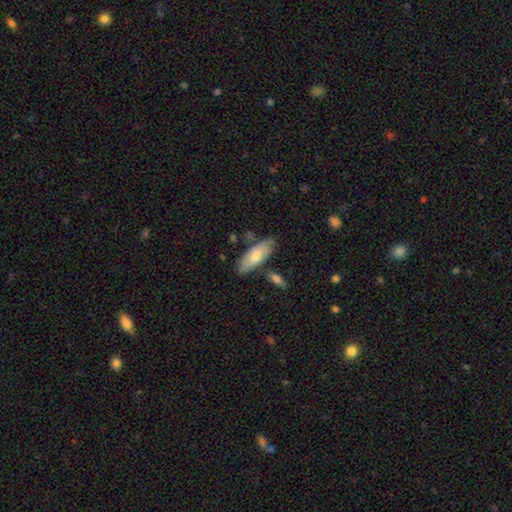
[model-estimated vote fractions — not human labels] Morphology: type=smooth (62%); roundness=in between (76%); merging=none (74%).